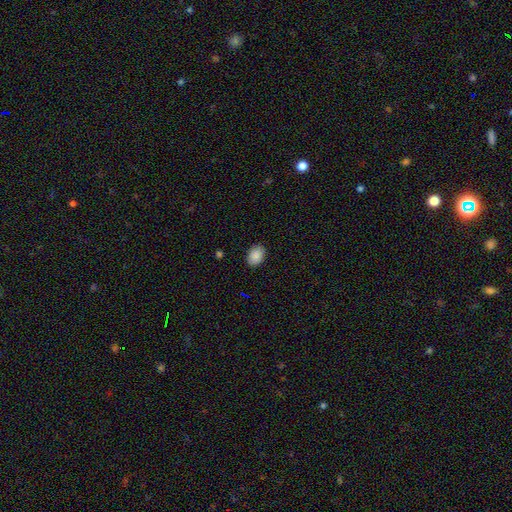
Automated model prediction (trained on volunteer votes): smooth_or_featured: smooth (p=0.89) [alt: star or artifact p=0.07]
how_rounded: in between (p=0.75) [alt: round p=0.24]
merging: none (p=0.87) [alt: minor disturbance p=0.10]